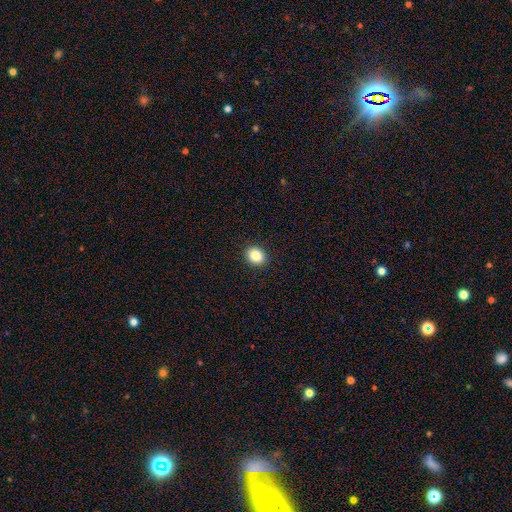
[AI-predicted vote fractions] Smooth or featured? smooth (85%)
How rounded? round (59%)
Merging? none (92%)